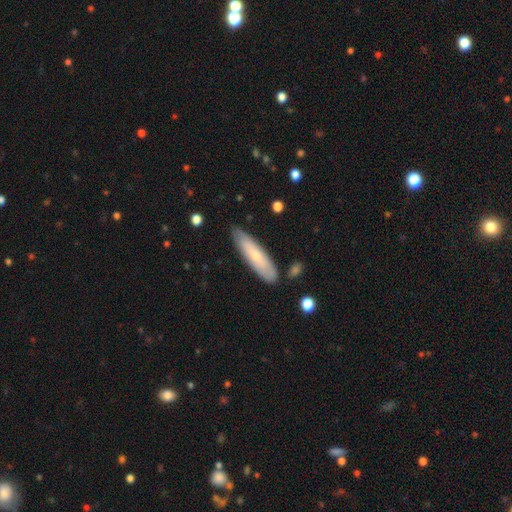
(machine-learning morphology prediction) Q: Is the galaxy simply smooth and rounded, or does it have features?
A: smooth — 63%.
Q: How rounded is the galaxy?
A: cigar-shaped — 70%.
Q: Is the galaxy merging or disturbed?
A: none — 82%.